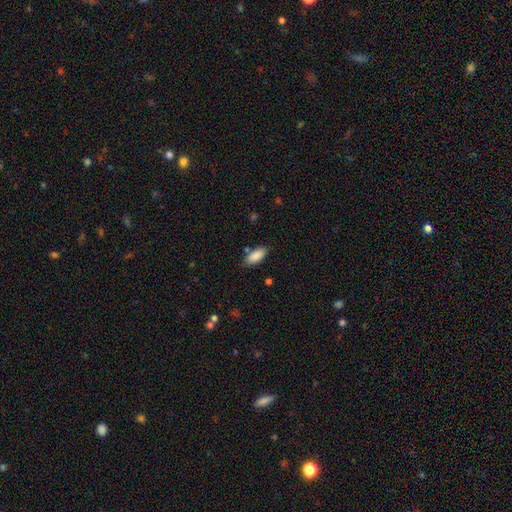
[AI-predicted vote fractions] Q: Smooth or featured?
A: smooth (89%); runner-up: star or artifact (6%)
Q: How rounded?
A: in between (84%); runner-up: cigar-shaped (15%)
Q: Merging?
A: none (81%); runner-up: minor disturbance (12%)